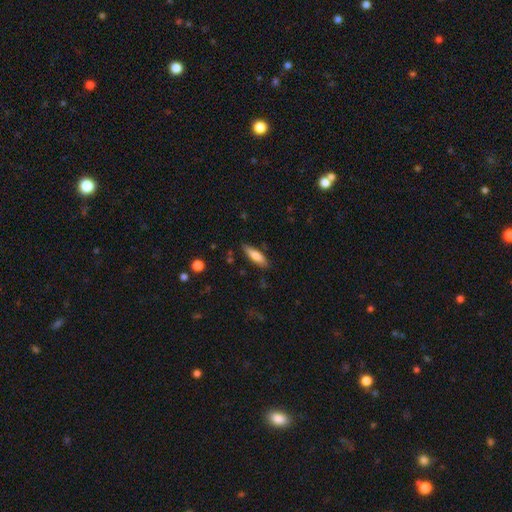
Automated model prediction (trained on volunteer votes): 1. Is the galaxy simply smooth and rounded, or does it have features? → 72% smooth, 21% featured or disk, 6% star or artifact.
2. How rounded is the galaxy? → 57% cigar-shaped, 41% in between, 2% round.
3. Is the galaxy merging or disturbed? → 80% none, 15% minor disturbance, 3% major disturbance, 2% merger.